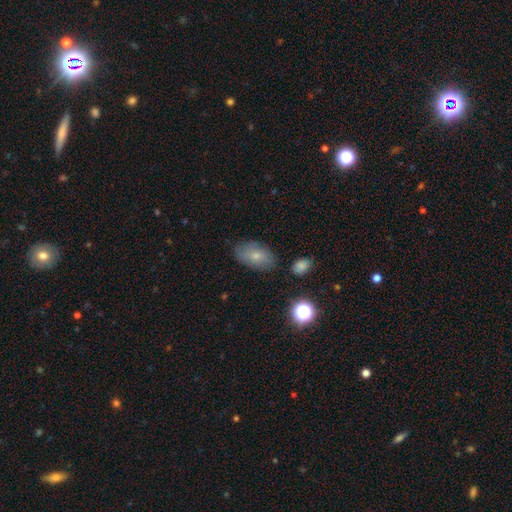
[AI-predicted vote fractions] A smooth galaxy with no disk features (71%) that is in between round and cigar-shaped (90%). Merging: none (75%).